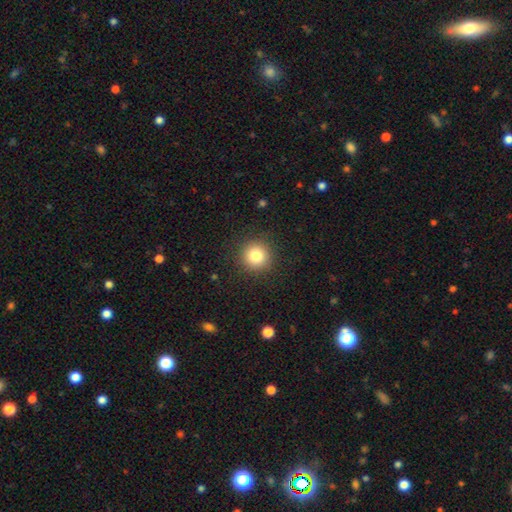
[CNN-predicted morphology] smooth-or-featured: smooth: 82% | star or artifact: 11% | featured or disk: 7%
  how-rounded: round: 95% | in between: 5% | cigar-shaped: 1%
  merging: none: 91% | minor disturbance: 6% | major disturbance: 2% | merger: 1%